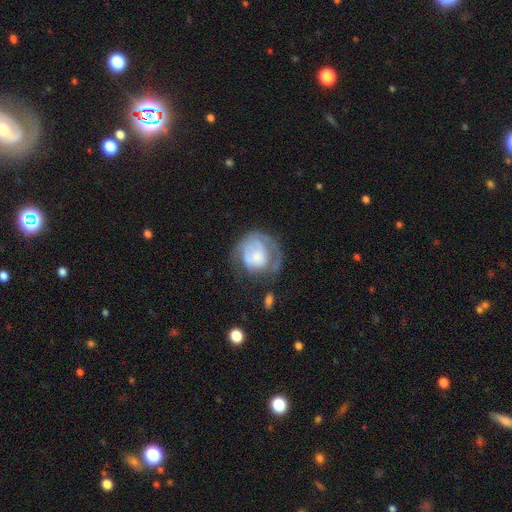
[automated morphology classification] A featured or disk galaxy (52%) with no bar (79%), spiral arms (59%) and a small central bulge (32%).

Vote fractions:
- Smooth or featured? featured or disk: 52% / smooth: 40% / star or artifact: 7%
- Edge-on disk? no: 98% / yes: 2%
- Bar? no: 79% / weak: 17% / strong: 4%
- Spiral arms? yes: 59% / no: 41%
- Bulge size? small: 32% / moderate: 31% / large: 17% / none: 16% / dominant: 4%
- Merging? none: 37% / major disturbance: 34% / minor disturbance: 25% / merger: 4%